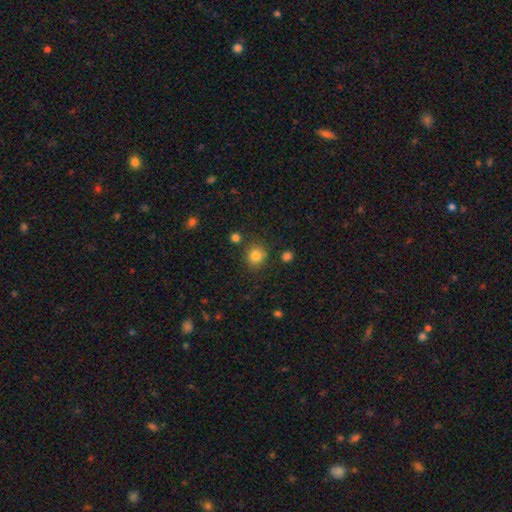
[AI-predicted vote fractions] This appears to be a smooth galaxy with no disk features (82%) that is round (83%). Merging: none (81%).